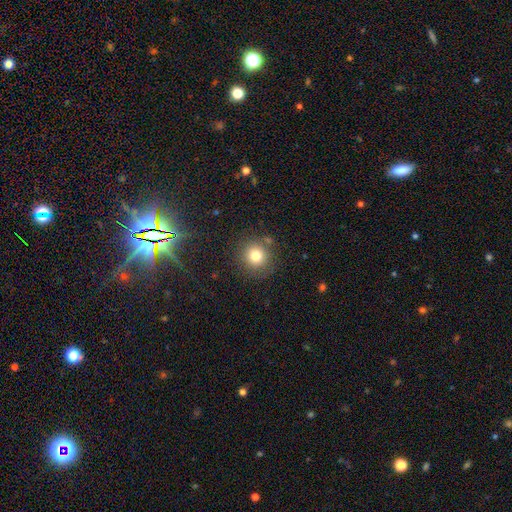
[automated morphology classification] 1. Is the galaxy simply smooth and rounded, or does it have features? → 79% smooth, 13% star or artifact, 8% featured or disk.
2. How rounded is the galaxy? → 93% round, 6% in between, 1% cigar-shaped.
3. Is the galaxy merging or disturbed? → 84% none, 9% minor disturbance, 4% merger, 3% major disturbance.